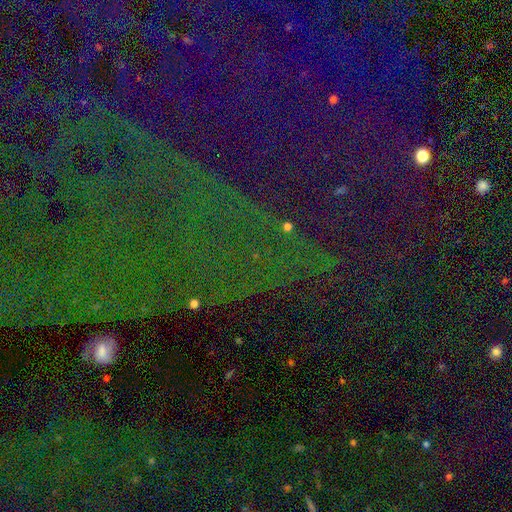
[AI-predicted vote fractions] Morphology: type=star or artifact (85%).